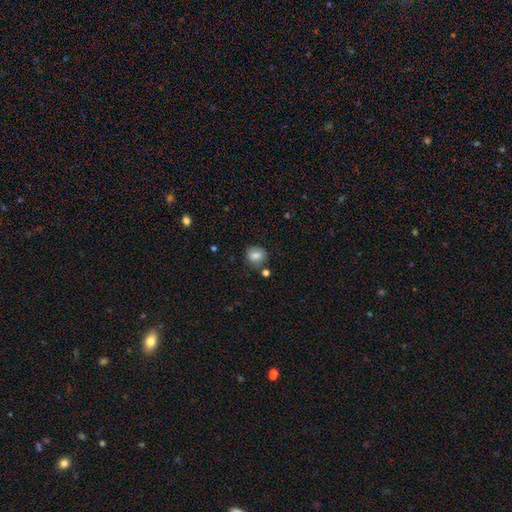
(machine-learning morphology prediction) This is clearly a smooth galaxy (81%). How rounded: likely round (79%). Merging: likely none (78%).